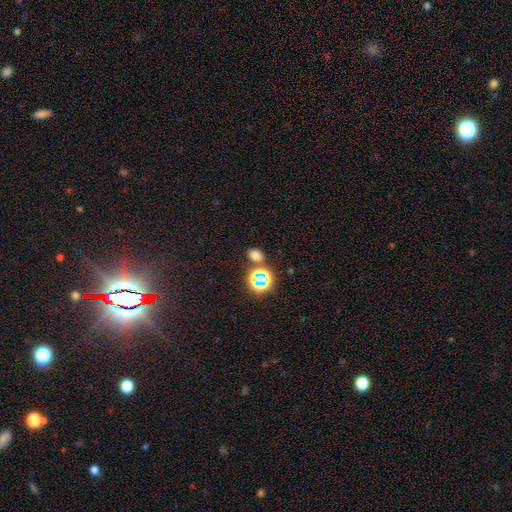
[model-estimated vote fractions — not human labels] This appears to be a smooth galaxy with no disk features (66%) that is in between round and cigar-shaped (61%). Merging: none (77%).